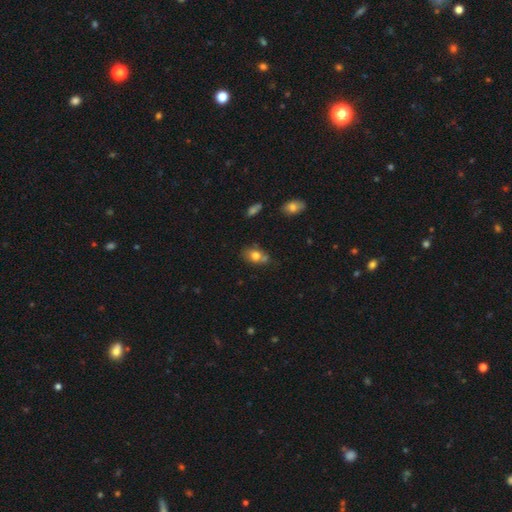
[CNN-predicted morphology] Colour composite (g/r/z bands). It shows a smooth galaxy with no disk features (75%) that is in between round and cigar-shaped (68%). Merging: none (53%).